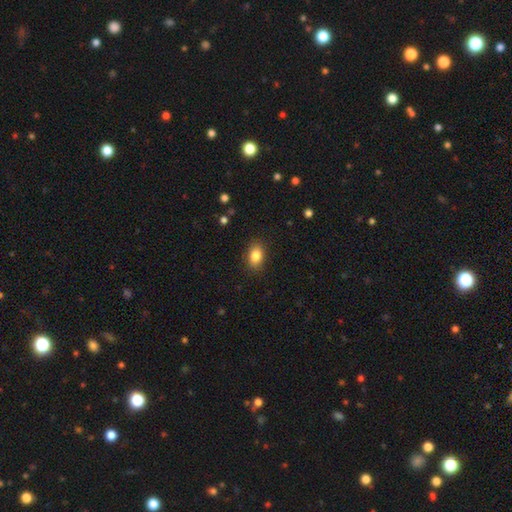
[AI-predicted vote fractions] Smooth or featured?
  - smooth: 85% *
  - star or artifact: 9%
  - featured or disk: 6%
How rounded?
  - in between: 84% *
  - round: 15%
  - cigar-shaped: 2%
Merging?
  - none: 87% *
  - minor disturbance: 9%
  - major disturbance: 2%
  - merger: 1%